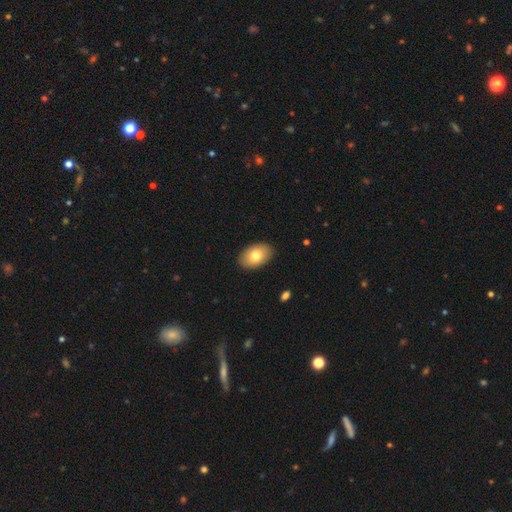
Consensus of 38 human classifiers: A smooth galaxy with no disk features (71%) that is in between round and cigar-shaped (96%).

Vote fractions:
- Smooth or featured? smooth: 71% / featured or disk: 21% / star or artifact: 8%
- How rounded? in between: 96% / round: 4% / cigar-shaped: 0%
- Merging? none: 97% / minor disturbance: 3% / major disturbance: 0% / merger: 0%